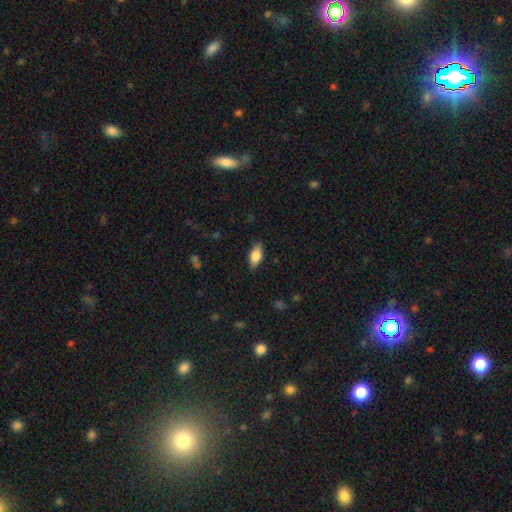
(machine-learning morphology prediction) Smooth or featured? smooth (72%)
How rounded? in between (83%)
Merging? none (85%)